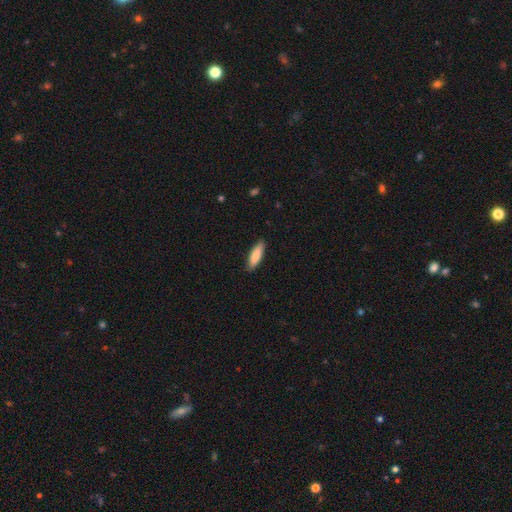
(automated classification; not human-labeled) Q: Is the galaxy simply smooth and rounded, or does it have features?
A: smooth — 83%.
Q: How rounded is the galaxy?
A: cigar-shaped — 55%.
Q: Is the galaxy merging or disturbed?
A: none — 87%.